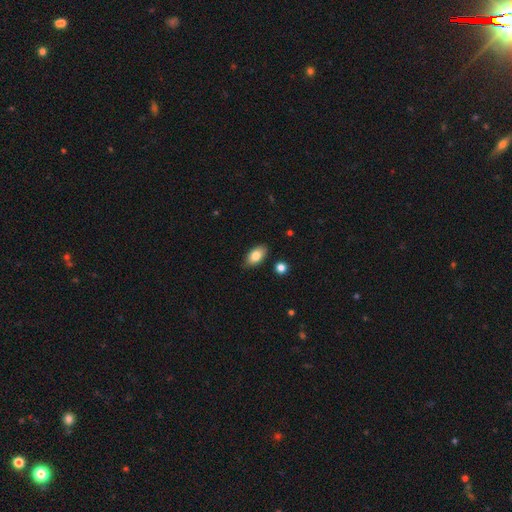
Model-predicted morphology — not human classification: This is clearly a smooth galaxy (81%). How rounded: clearly in between (91%). Merging: clearly none (85%).